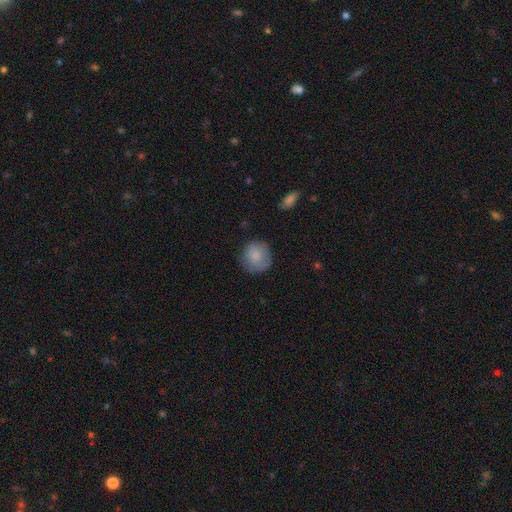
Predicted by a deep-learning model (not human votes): smooth 83%, featured or disk 10%, star or artifact 7%. Down the decision tree: how rounded — round (91%); merging — none (78%).